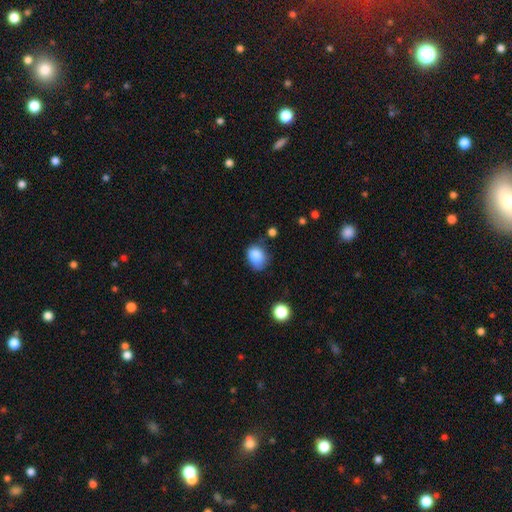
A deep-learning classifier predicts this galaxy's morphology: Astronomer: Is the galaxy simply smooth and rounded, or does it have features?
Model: smooth — 86%.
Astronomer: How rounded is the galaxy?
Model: in between — 53% (runner-up: round, 47%).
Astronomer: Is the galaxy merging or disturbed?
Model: none — 59%.